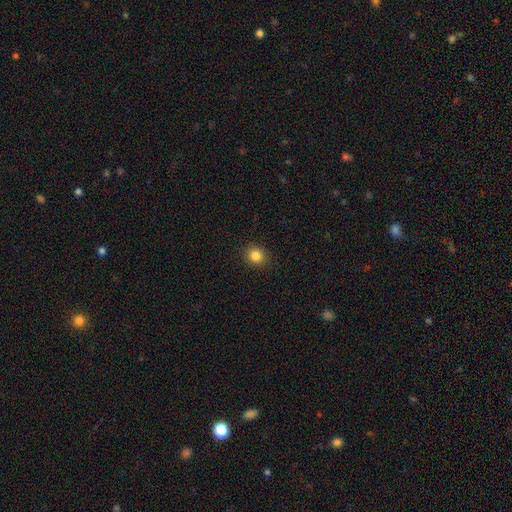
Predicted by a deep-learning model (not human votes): smooth_or_featured: smooth (p=0.85) [alt: star or artifact p=0.11]
how_rounded: round (p=0.80) [alt: in between p=0.19]
merging: none (p=0.91) [alt: minor disturbance p=0.06]